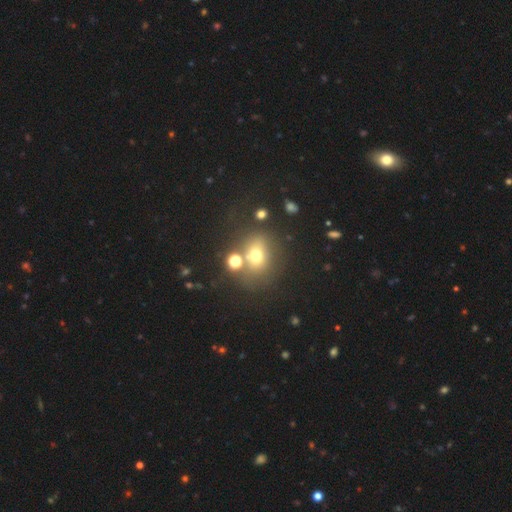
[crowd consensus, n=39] A smooth galaxy with no disk features (77%) that is round (87%).

Vote fractions:
- Smooth or featured? smooth: 77% / featured or disk: 15% / star or artifact: 8%
- How rounded? round: 87% / in between: 13% / cigar-shaped: 0%
- Merging? none: 44% / merger: 28% / minor disturbance: 17% / major disturbance: 11%